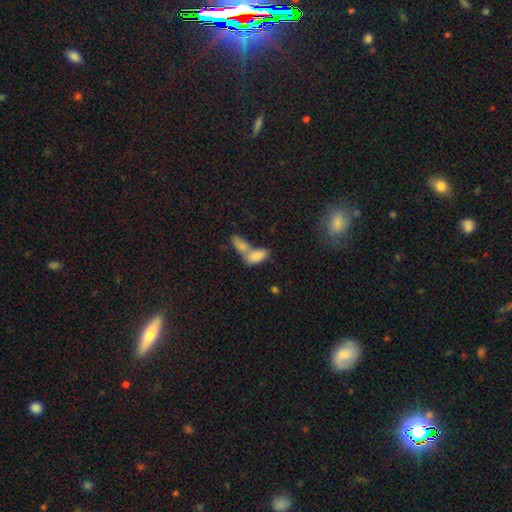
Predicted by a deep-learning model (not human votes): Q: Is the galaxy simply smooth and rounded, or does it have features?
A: smooth — 81%.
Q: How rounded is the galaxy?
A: in between — 89%.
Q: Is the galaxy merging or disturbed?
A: merger — 67%.